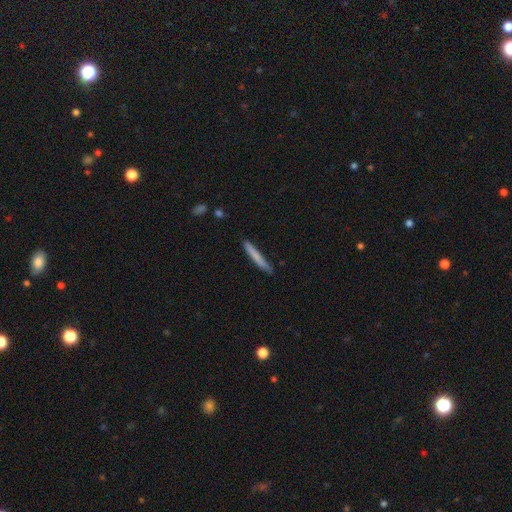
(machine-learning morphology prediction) A smooth galaxy with no disk features (74%) that is cigar-shaped (96%). Merging: none (85%).